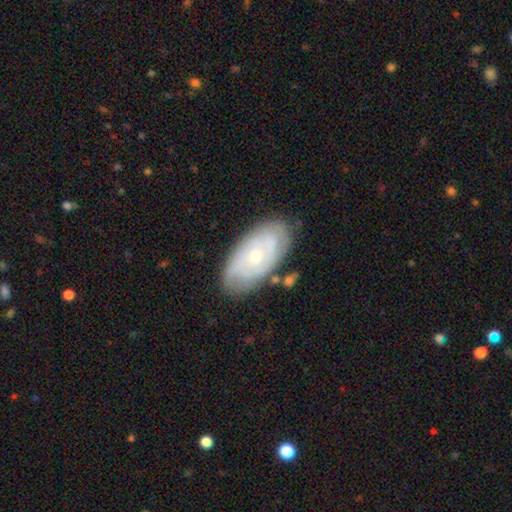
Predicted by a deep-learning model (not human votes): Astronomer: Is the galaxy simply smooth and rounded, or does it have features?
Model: featured or disk — 61%.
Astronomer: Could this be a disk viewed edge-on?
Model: no — 92%.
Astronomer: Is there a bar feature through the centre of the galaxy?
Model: no — 77%.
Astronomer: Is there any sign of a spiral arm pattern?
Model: yes — 77%.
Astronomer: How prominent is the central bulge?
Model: small — 63%.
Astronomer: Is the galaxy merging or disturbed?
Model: none — 75%.